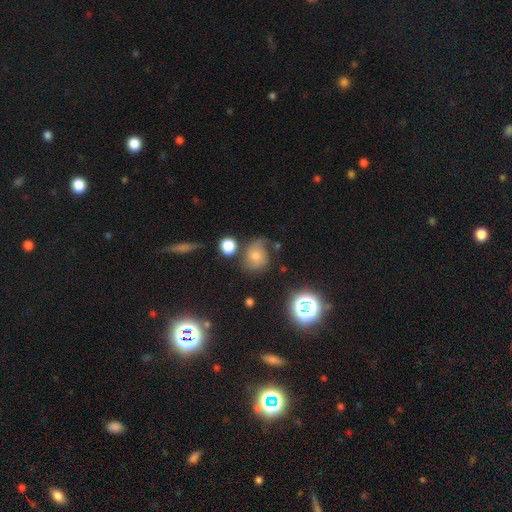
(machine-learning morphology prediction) Smooth or featured? featured or disk (45%)
Merging? none (52%)